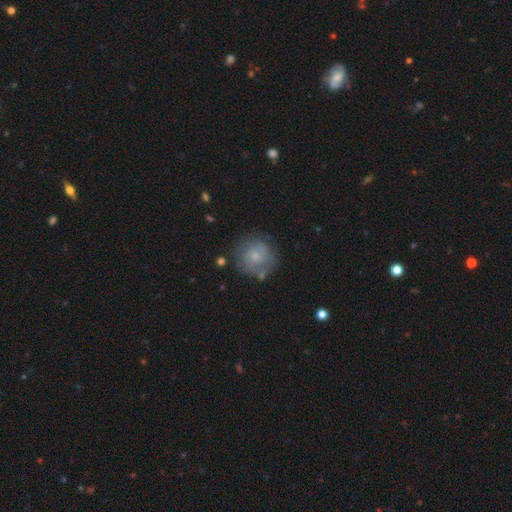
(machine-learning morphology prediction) Smooth or featured: smooth — 60% (featured or disk — 32%)
How rounded: round — 90% (in between — 9%)
Merging: none — 68% (minor disturbance — 20%)